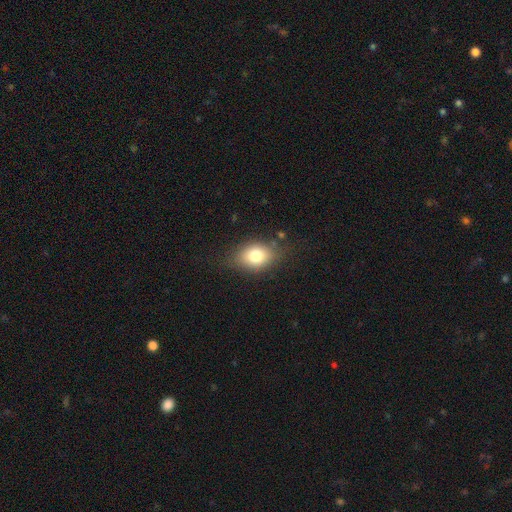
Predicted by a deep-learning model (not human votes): This is likely a smooth galaxy (77%). How rounded: likely in between (74%). Merging: likely none (75%).